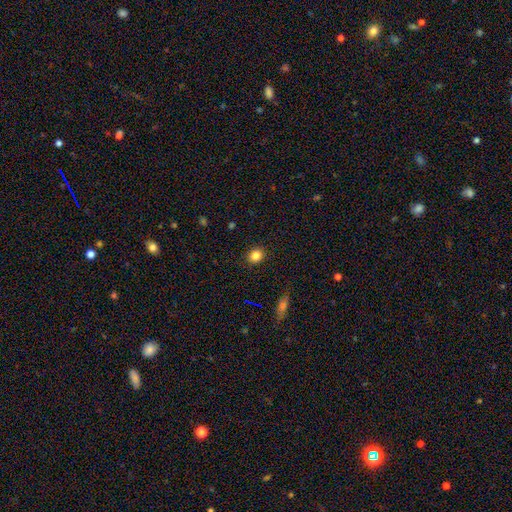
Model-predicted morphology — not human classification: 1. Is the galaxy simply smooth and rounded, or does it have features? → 83% smooth, 11% star or artifact, 6% featured or disk.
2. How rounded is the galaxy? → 73% round, 26% in between, 1% cigar-shaped.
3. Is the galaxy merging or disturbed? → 90% none, 7% minor disturbance, 2% major disturbance, 1% merger.